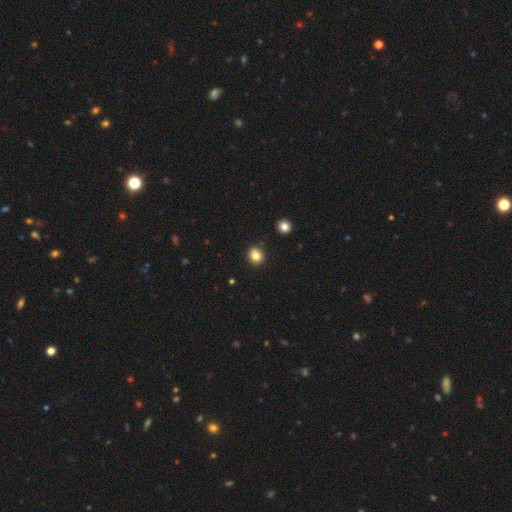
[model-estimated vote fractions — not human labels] Smooth or featured? smooth (82%)
How rounded? round (84%)
Merging? none (88%)